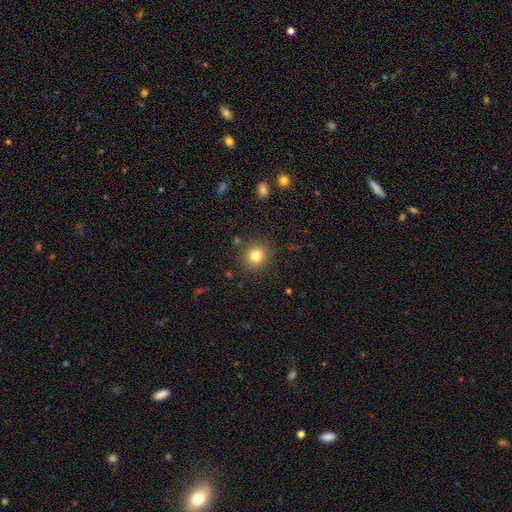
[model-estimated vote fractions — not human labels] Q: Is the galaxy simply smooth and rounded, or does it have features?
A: smooth — 81%.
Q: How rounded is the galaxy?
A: round — 90%.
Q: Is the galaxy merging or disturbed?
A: none — 88%.